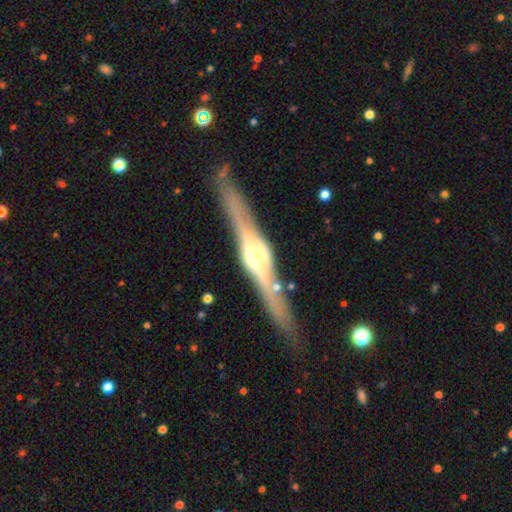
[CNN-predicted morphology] Smooth or featured: featured or disk — 85% (smooth — 10%)
Edge-on disk: yes — 97% (no — 3%)
Edge-on bulge: rounded — 90% (boxy — 8%)
Merging: none — 85% (minor disturbance — 10%)